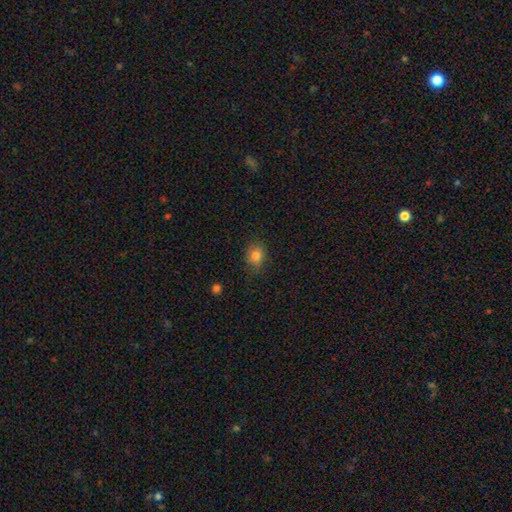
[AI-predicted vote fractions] Q: Smooth or featured?
A: smooth (81%); runner-up: star or artifact (11%)
Q: How rounded?
A: round (54%); runner-up: in between (45%)
Q: Merging?
A: none (81%); runner-up: minor disturbance (14%)